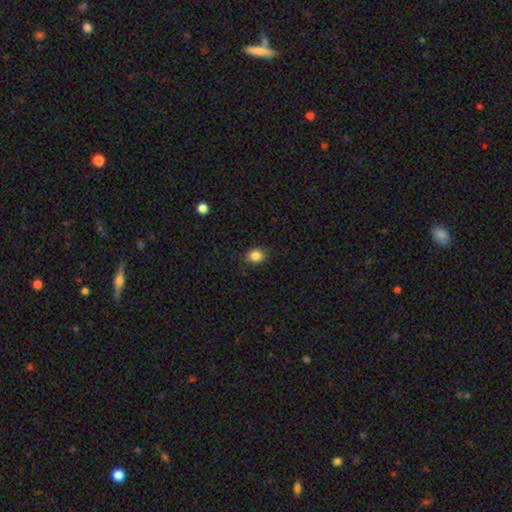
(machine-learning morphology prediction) Smooth or featured? Predicted: smooth (p=0.85). How rounded? Predicted: round (p=0.67). Merging? Predicted: none (p=0.88).